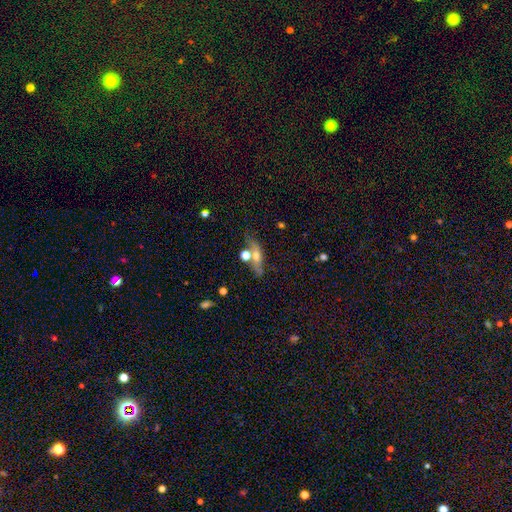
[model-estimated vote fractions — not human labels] smooth-or-featured: featured or disk: 45% (tied) | smooth: 45% (tied) | star or artifact: 10%
  merging: none: 56% | merger: 19% | minor disturbance: 17% | major disturbance: 8%